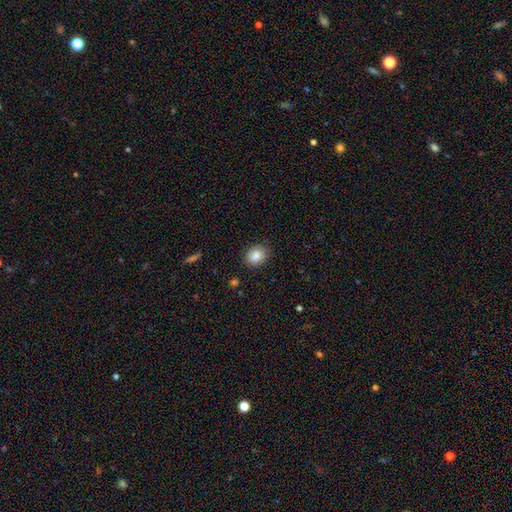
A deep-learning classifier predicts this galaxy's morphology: A smooth galaxy with no disk features (86%) that is in between round and cigar-shaped (56%).

Vote fractions:
- Smooth or featured? smooth: 86% / star or artifact: 8% / featured or disk: 6%
- How rounded? in between: 56% / round: 43% / cigar-shaped: 1%
- Merging? none: 86% / minor disturbance: 10% / major disturbance: 3% / merger: 1%